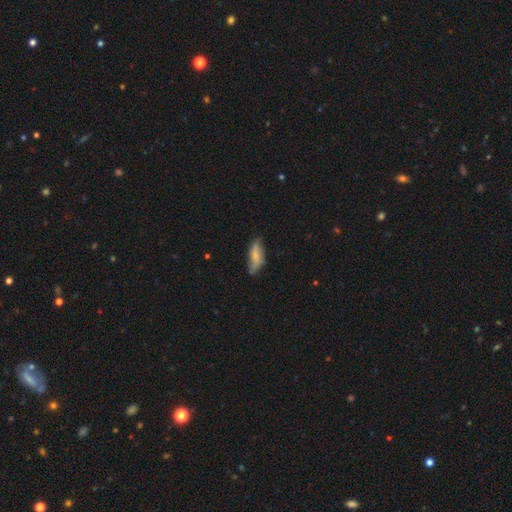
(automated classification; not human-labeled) Smooth or featured: smooth — 61% (featured or disk — 31%)
How rounded: in between — 67% (cigar-shaped — 31%)
Merging: none — 54% (minor disturbance — 34%)